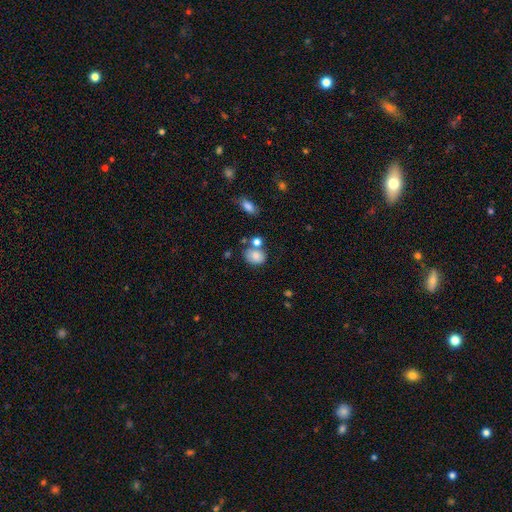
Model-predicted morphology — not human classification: A smooth galaxy with no disk features (80%) that is in between round and cigar-shaped (52%).

Vote fractions:
- Smooth or featured? smooth: 80% / featured or disk: 11% / star or artifact: 9%
- How rounded? in between: 52% / round: 46% / cigar-shaped: 1%
- Merging? none: 52% / merger: 22% / minor disturbance: 19% / major disturbance: 7%